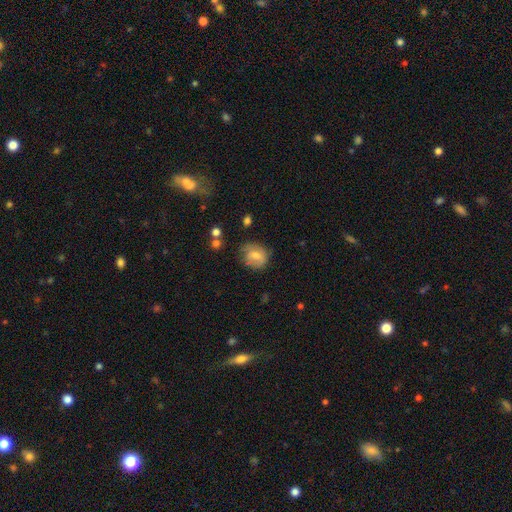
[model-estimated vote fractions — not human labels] Smooth or featured? smooth (67%)
How rounded? round (60%)
Merging? none (63%)